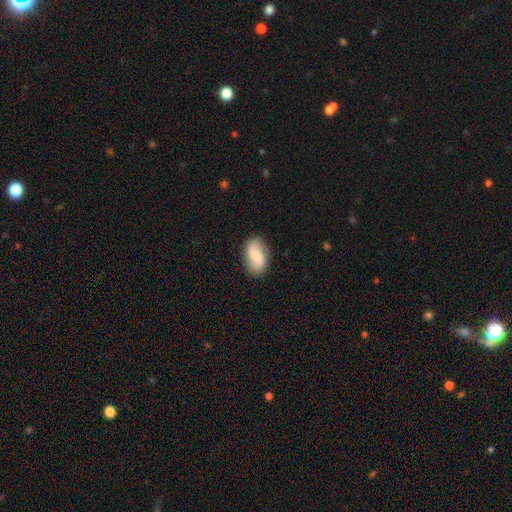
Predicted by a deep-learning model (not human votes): Overall: featured or disk (52%; smooth 41%). Edge-on disk: no (96%). Merging: none (84%).